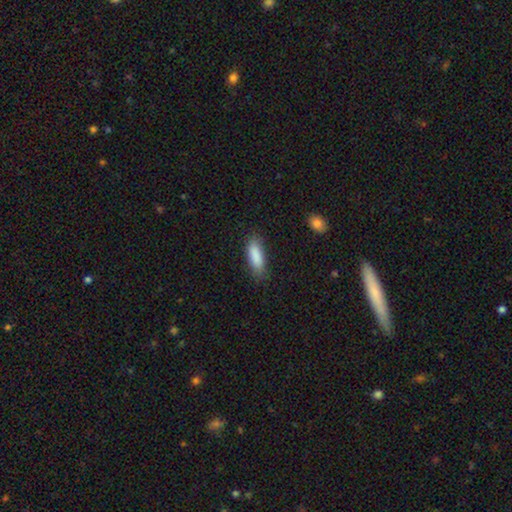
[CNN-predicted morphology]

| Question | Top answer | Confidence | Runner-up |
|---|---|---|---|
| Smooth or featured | smooth | 88% | star or artifact (7%) |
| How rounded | in between | 66% | cigar-shaped (32%) |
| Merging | none | 78% | minor disturbance (16%) |